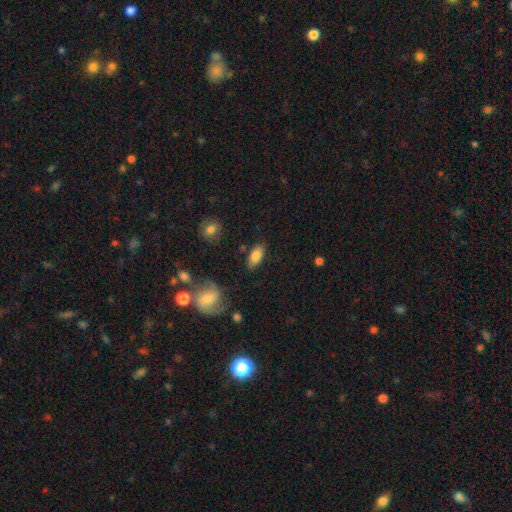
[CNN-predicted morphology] Overall: smooth (82%). How rounded: in between (89%). Merging: none (81%).